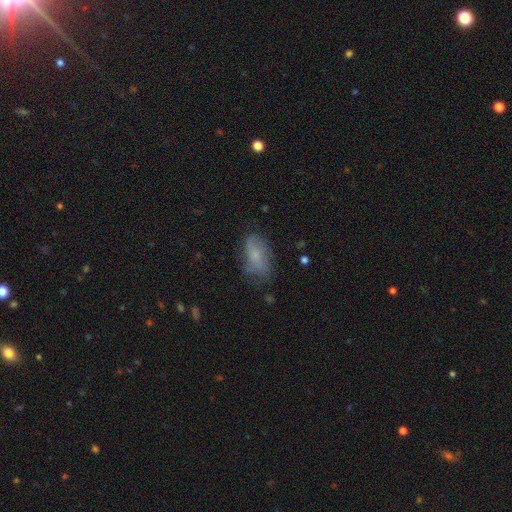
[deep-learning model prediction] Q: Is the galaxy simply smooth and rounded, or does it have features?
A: smooth — 68%.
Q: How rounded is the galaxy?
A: in between — 91%.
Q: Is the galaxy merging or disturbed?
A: none — 58%.